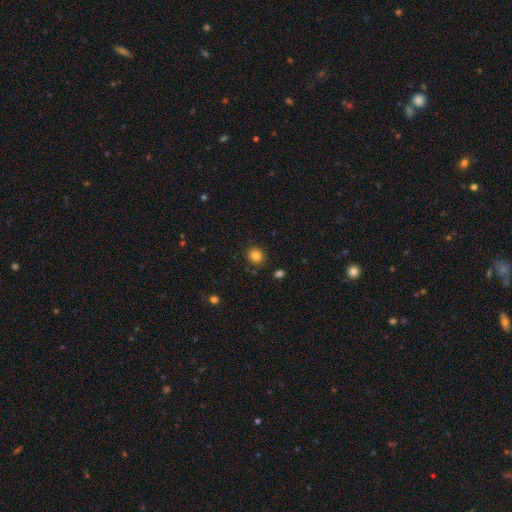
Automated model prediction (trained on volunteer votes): This appears to be a smooth galaxy with no disk features (83%) that is round (84%). Merging: none (88%).